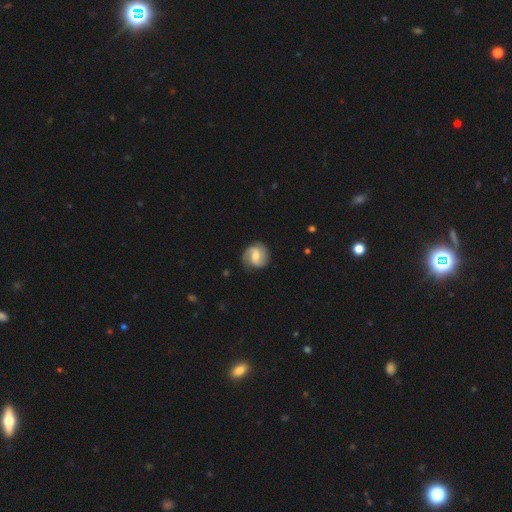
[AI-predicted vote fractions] This appears to be a featured or disk galaxy (72%) with a weak bar (52%), 2 (78%) medium (44%) spiral arms (94%) and a moderate central bulge (56%). Merging: none (81%).